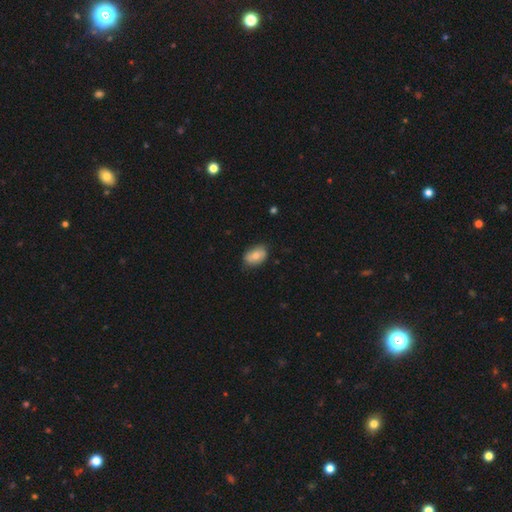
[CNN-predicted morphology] smooth_or_featured: smooth (p=0.72) [alt: featured or disk p=0.21]
how_rounded: in between (p=0.85) [alt: round p=0.14]
merging: none (p=0.79) [alt: minor disturbance p=0.17]